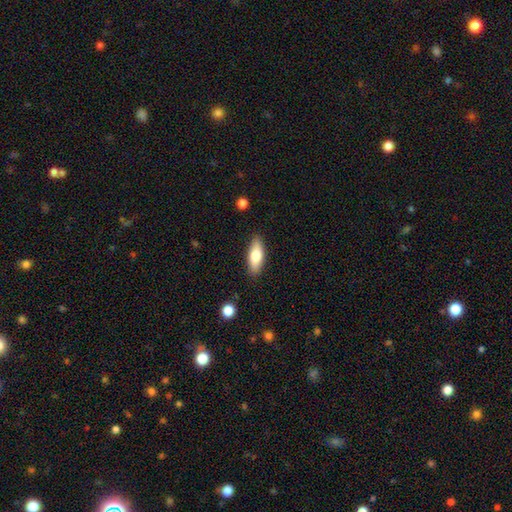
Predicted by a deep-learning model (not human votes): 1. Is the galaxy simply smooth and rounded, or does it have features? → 72% smooth, 22% featured or disk, 6% star or artifact.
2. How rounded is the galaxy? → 69% in between, 28% cigar-shaped, 2% round.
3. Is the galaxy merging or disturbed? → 87% none, 10% minor disturbance, 2% major disturbance, 1% merger.